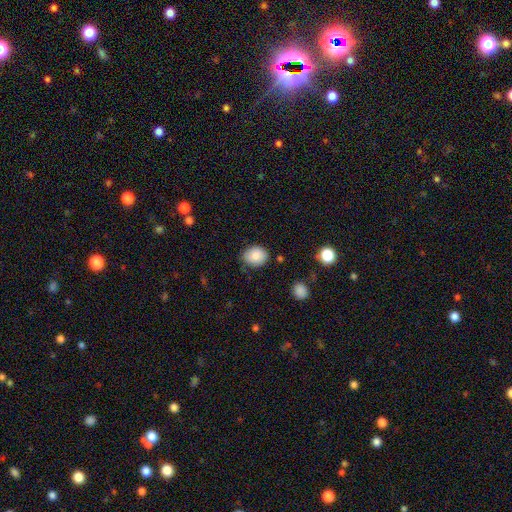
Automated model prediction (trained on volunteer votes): smooth 86%, star or artifact 8%, featured or disk 6%. Down the decision tree: how rounded — round (53%); merging — none (78%).